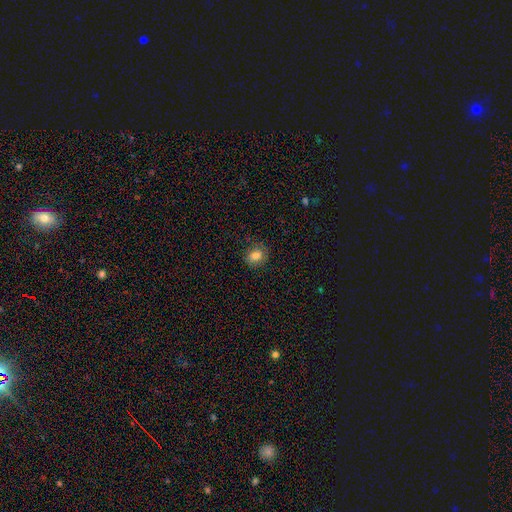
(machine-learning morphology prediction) Smooth or featured? smooth (78%)
How rounded? in between (51%)
Merging? none (79%)